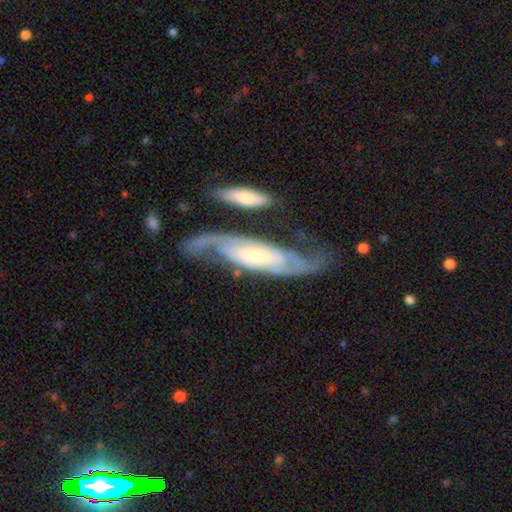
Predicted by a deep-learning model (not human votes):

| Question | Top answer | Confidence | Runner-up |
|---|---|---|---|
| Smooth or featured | featured or disk | 84% | smooth (11%) |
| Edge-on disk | no | 87% | yes (13%) |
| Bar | no | 42% | weak (34%) |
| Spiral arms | yes | 96% | no (4%) |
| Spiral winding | medium | 45% | tight (29%) |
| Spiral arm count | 2 | 85% | can't tell (8%) |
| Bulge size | small | 52% | moderate (29%) |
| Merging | none | 58% | minor disturbance (18%) |